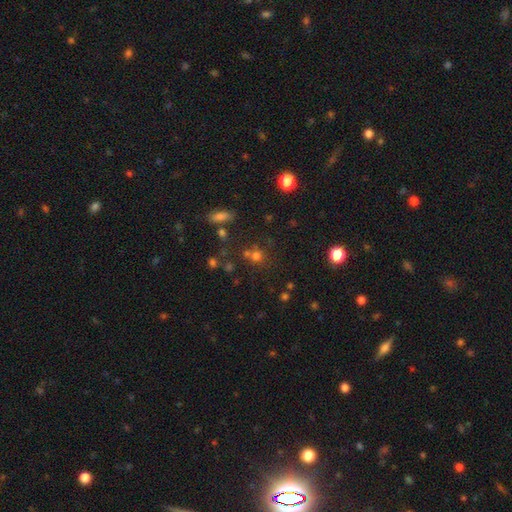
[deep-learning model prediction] A smooth galaxy with no disk features (65%) that is round (84%). Merging: none (59%).